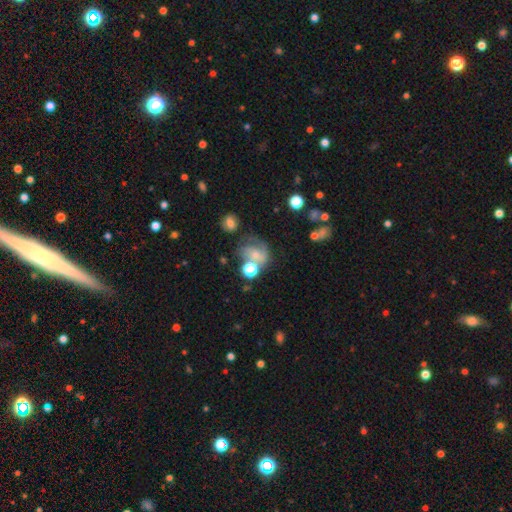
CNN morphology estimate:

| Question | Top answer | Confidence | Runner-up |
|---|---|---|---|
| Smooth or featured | featured or disk | 48% | smooth (36%) |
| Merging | none | 39% | major disturbance (23%) |